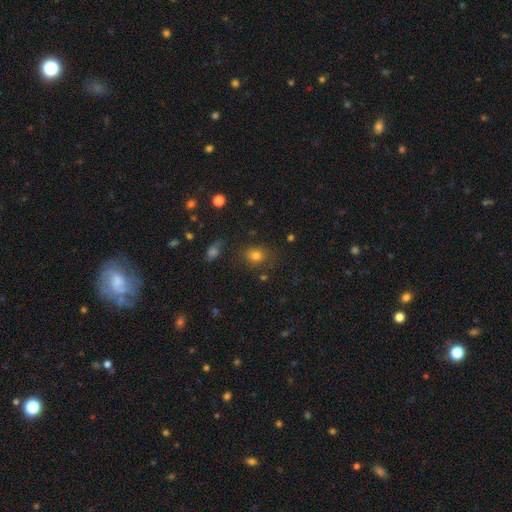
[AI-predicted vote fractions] Morphology: type=smooth (77%); roundness=round (58%); merging=none (77%).